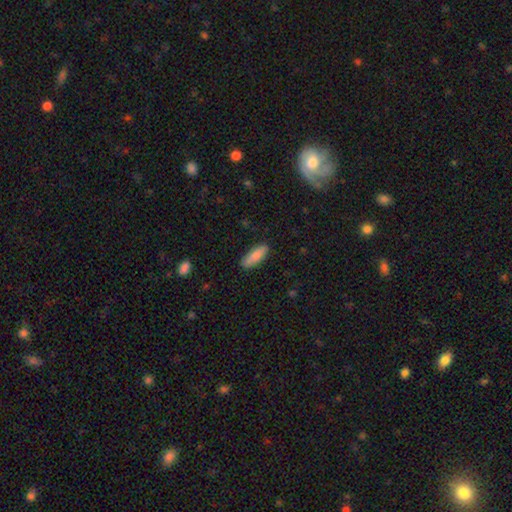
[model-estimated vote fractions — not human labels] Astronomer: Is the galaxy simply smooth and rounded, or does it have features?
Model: smooth — 83%.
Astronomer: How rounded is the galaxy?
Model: in between — 52% (runner-up: cigar-shaped, 47%).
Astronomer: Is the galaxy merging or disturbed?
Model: none — 85%.